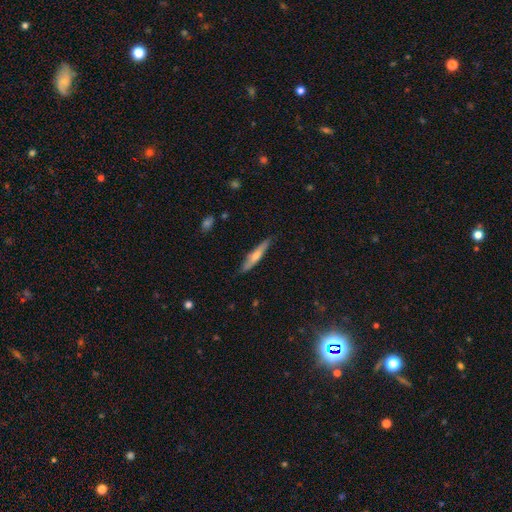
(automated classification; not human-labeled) This appears to be a smooth galaxy with no disk features (56%) that is cigar-shaped (88%). Merging: none (81%).